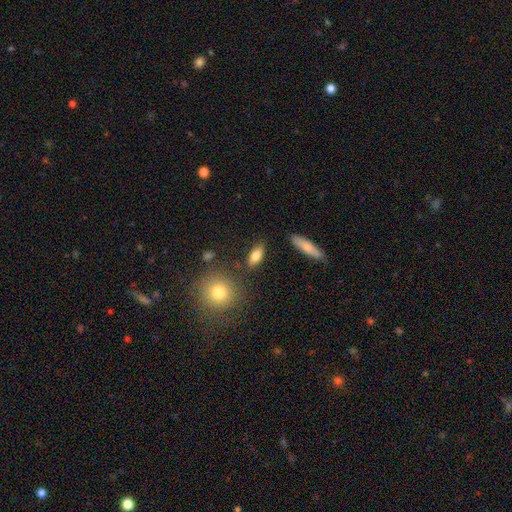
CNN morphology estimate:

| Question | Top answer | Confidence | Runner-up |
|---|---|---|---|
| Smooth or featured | smooth | 78% | featured or disk (14%) |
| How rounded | in between | 79% | cigar-shaped (16%) |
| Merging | none | 82% | minor disturbance (11%) |